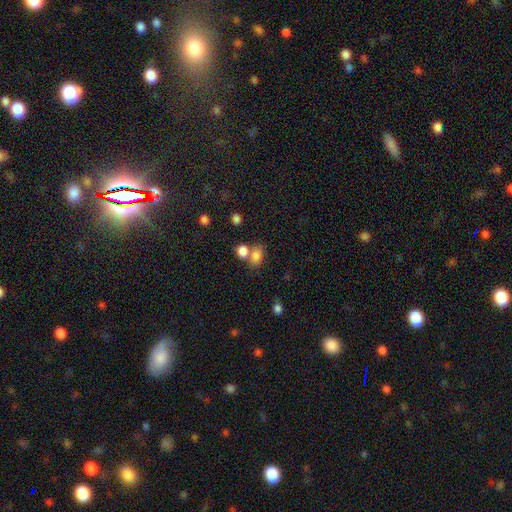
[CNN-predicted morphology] Smooth or featured? smooth (81%)
How rounded? in between (68%)
Merging? none (44%)